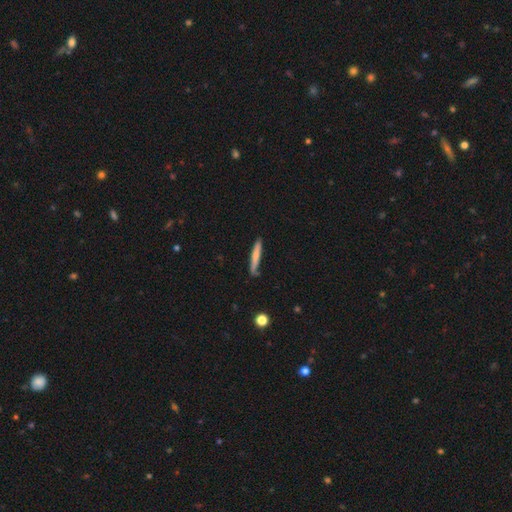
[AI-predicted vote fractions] smooth 67%, featured or disk 28%, star or artifact 6%. Down the decision tree: how rounded — cigar-shaped (94%); merging — none (78%).